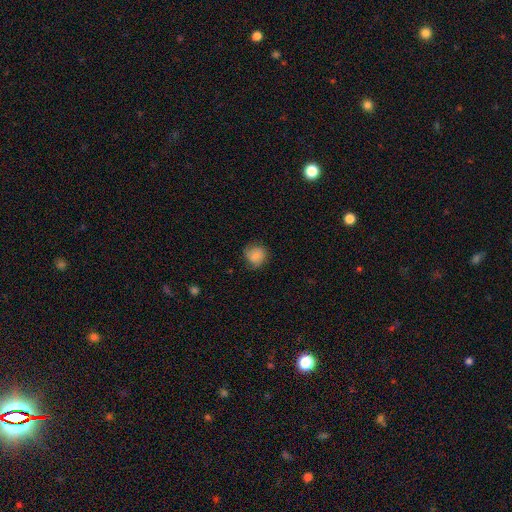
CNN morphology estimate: smooth-or-featured: smooth: 83% | featured or disk: 9% | star or artifact: 8%
  how-rounded: round: 82% | in between: 17% | cigar-shaped: 1%
  merging: none: 72% | minor disturbance: 21% | major disturbance: 5% | merger: 1%